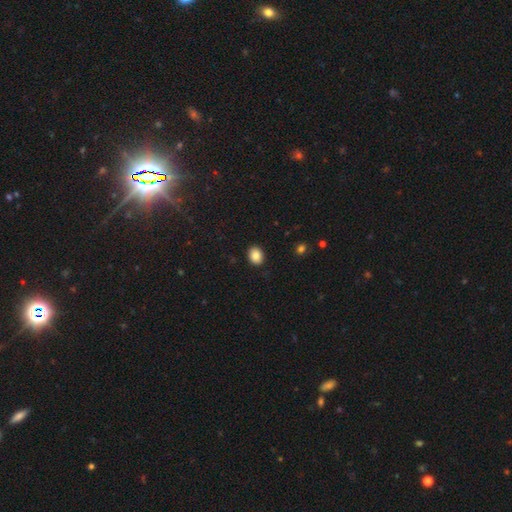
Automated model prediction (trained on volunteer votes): This is clearly a smooth galaxy (86%). How rounded: possibly in between (55%). Merging: clearly none (90%).